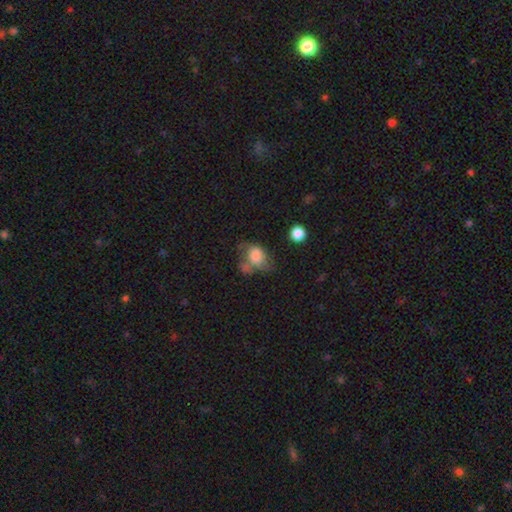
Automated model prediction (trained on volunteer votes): smooth_or_featured: smooth (p=0.73) [alt: featured or disk p=0.18]
how_rounded: in between (p=0.64) [alt: round p=0.35]
merging: none (p=0.28) [alt: major disturbance p=0.26]